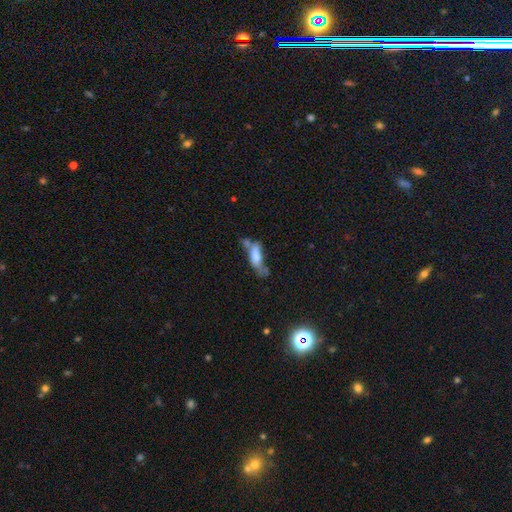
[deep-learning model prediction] This appears to be a smooth galaxy with no disk features (58%) that is in between round and cigar-shaped (60%). Merging: none (27%).